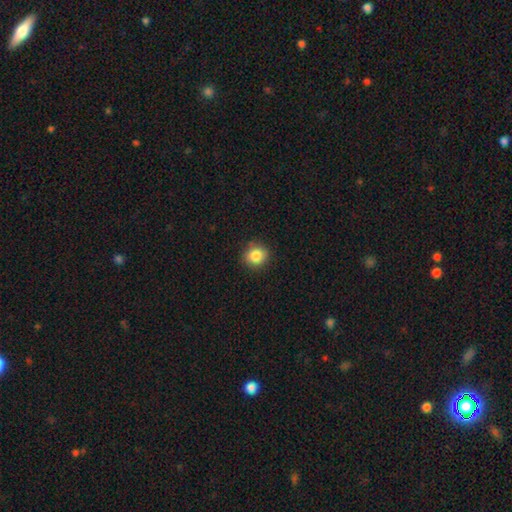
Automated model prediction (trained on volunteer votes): Smooth or featured: smooth — 86% (star or artifact — 10%)
How rounded: round — 85% (in between — 14%)
Merging: none — 87% (minor disturbance — 9%)